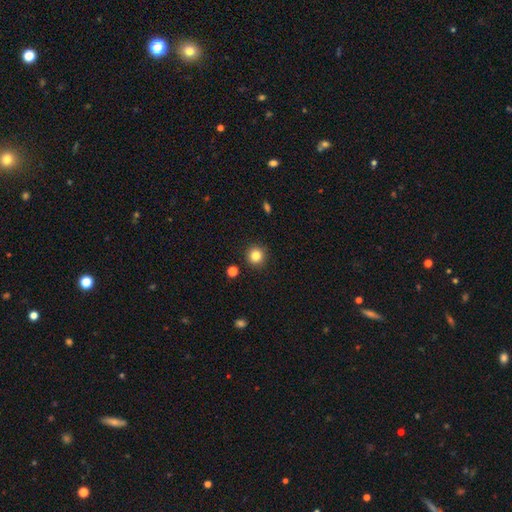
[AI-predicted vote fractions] A smooth galaxy with no disk features (83%) that is round (93%). Merging: none (91%).